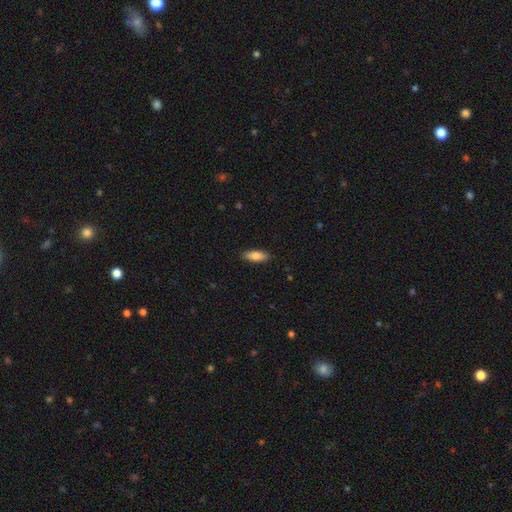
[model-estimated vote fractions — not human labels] Q: Smooth or featured?
A: smooth (82%); runner-up: featured or disk (13%)
Q: How rounded?
A: in between (71%); runner-up: cigar-shaped (27%)
Q: Merging?
A: none (88%); runner-up: minor disturbance (9%)